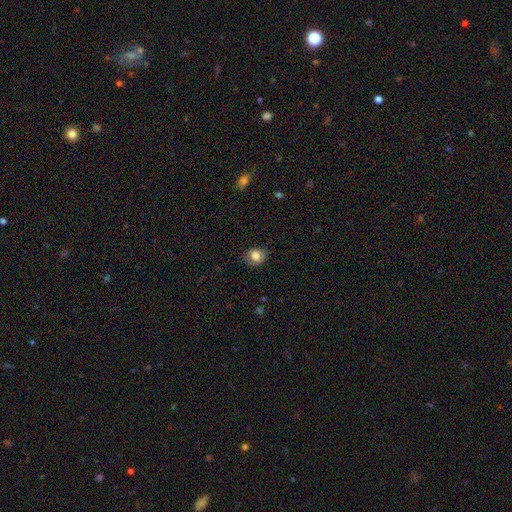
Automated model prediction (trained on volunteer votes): Smooth or featured? smooth (80%)
How rounded? round (64%)
Merging? none (80%)